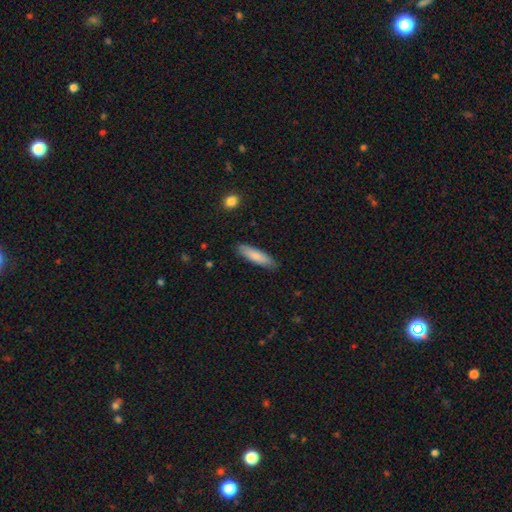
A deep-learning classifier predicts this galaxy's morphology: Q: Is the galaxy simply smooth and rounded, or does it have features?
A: smooth — 83%.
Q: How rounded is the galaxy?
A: cigar-shaped — 72%.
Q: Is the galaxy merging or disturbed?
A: none — 87%.